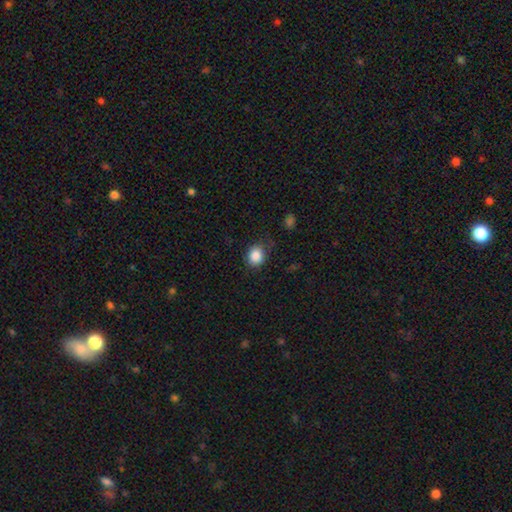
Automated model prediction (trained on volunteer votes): Overall: smooth (86%). How rounded: round (73%). Merging: none (79%).